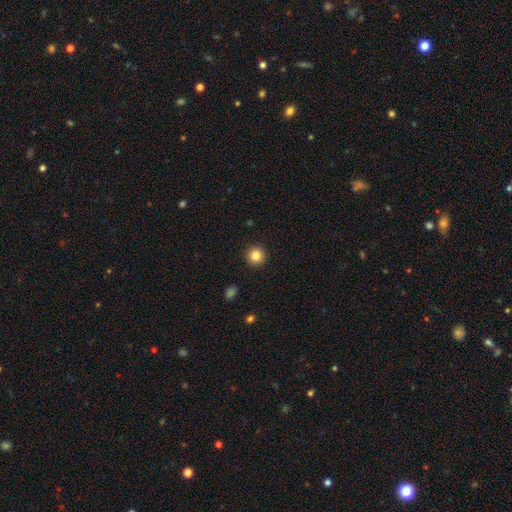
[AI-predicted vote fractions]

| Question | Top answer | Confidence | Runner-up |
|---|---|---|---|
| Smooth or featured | smooth | 84% | star or artifact (11%) |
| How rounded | round | 96% | in between (3%) |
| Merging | none | 93% | minor disturbance (4%) |